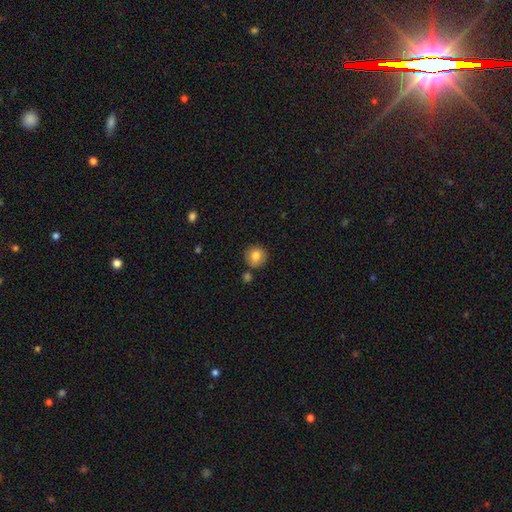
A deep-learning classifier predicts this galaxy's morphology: A smooth galaxy with no disk features (81%) that is round (90%). Merging: none (81%).